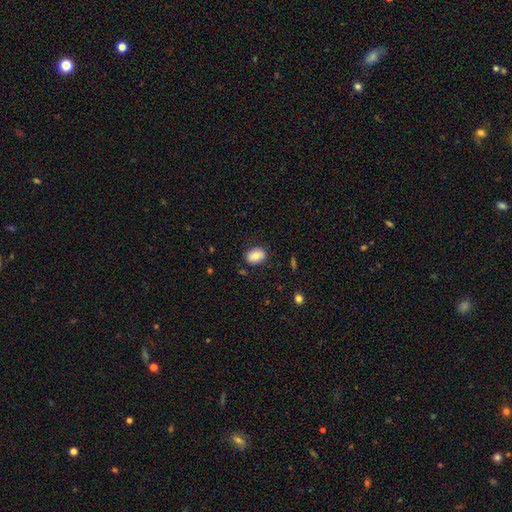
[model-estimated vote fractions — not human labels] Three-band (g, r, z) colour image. It shows a smooth galaxy with no disk features (77%) that is in between round and cigar-shaped (71%). Merging: none (84%).